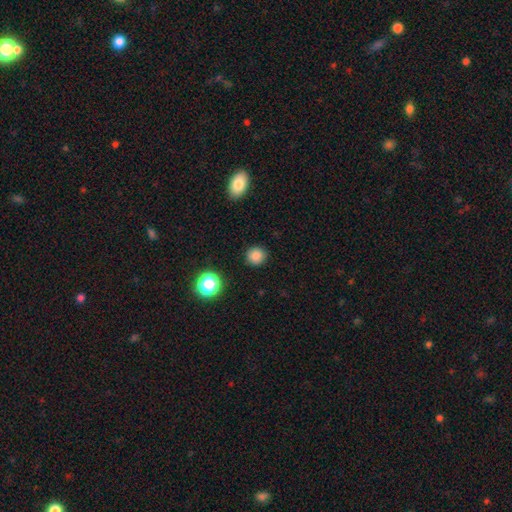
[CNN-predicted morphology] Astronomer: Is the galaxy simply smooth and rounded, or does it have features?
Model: smooth — 84%.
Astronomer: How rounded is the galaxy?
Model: round — 91%.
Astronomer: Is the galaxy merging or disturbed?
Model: none — 90%.